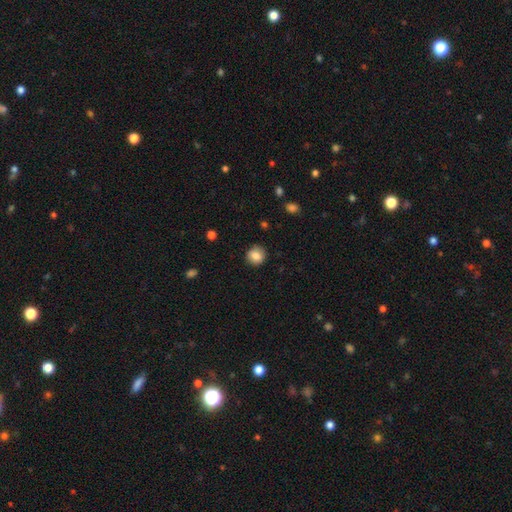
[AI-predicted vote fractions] The model was most divided on "how rounded": round: 87%, in between: 12%, cigar-shaped: 1%. More confident: merging — none (88%); smooth or featured — smooth (85%).